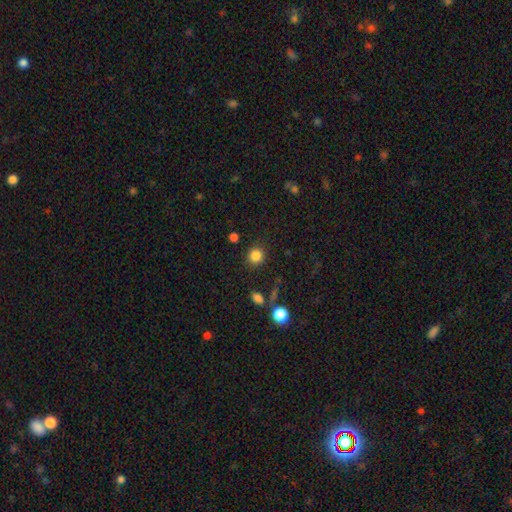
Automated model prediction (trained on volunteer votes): Q: Smooth or featured?
A: smooth (85%); runner-up: star or artifact (11%)
Q: How rounded?
A: round (87%); runner-up: in between (12%)
Q: Merging?
A: none (84%); runner-up: minor disturbance (9%)